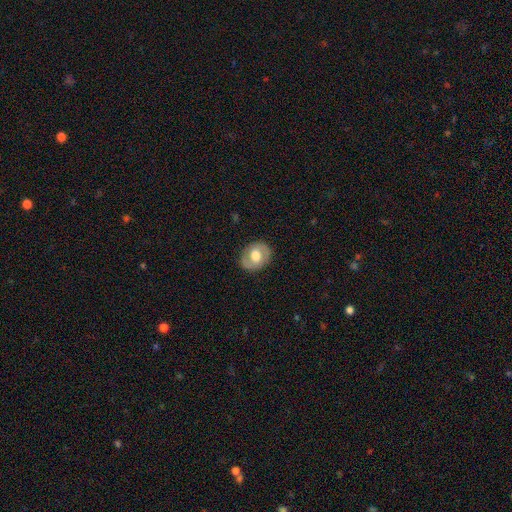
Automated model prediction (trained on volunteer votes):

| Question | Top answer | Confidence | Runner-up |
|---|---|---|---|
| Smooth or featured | smooth | 51% | featured or disk (42%) |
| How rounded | round | 55% | in between (44%) |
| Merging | none | 83% | minor disturbance (12%) |